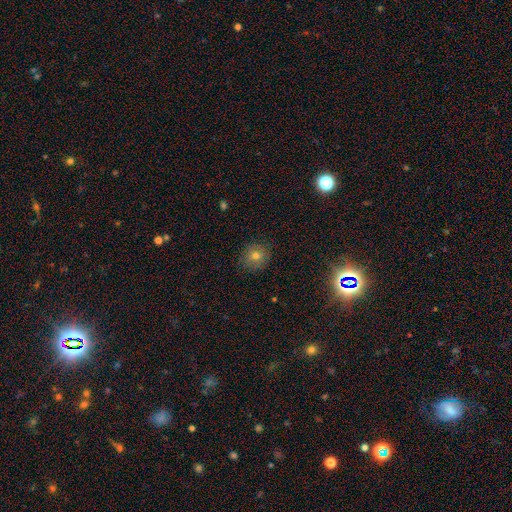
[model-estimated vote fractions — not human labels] Q: Smooth or featured?
A: smooth (67%); runner-up: star or artifact (20%)
Q: How rounded?
A: round (84%); runner-up: in between (15%)
Q: Merging?
A: none (86%); runner-up: minor disturbance (10%)